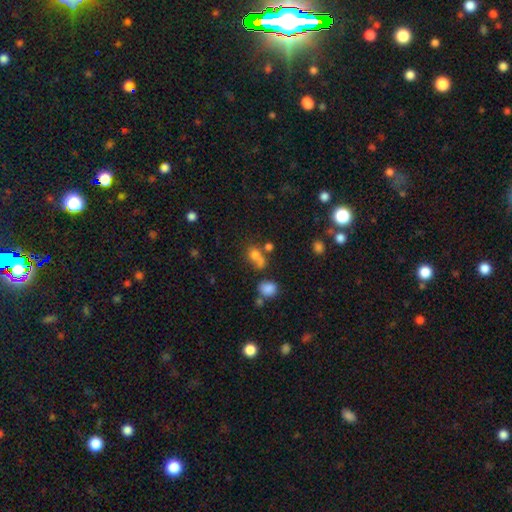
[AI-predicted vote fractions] This is likely a smooth galaxy (71%). How rounded: possibly round (54%). Merging: marginally none (39%, tied with merger).